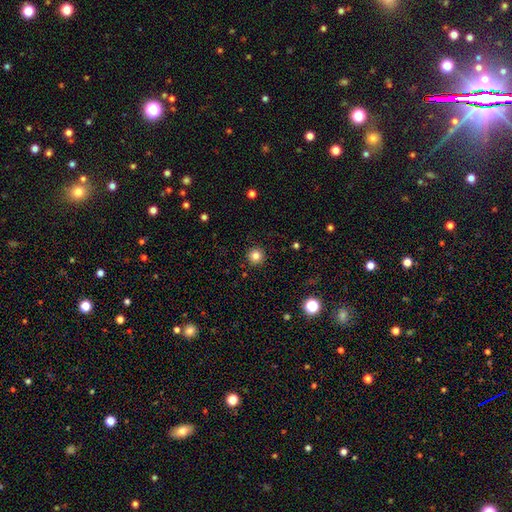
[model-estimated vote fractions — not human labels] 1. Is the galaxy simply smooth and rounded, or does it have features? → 82% smooth, 12% star or artifact, 6% featured or disk.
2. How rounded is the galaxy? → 96% round, 3% in between, 1% cigar-shaped.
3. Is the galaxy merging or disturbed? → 92% none, 5% minor disturbance, 2% major disturbance, 1% merger.